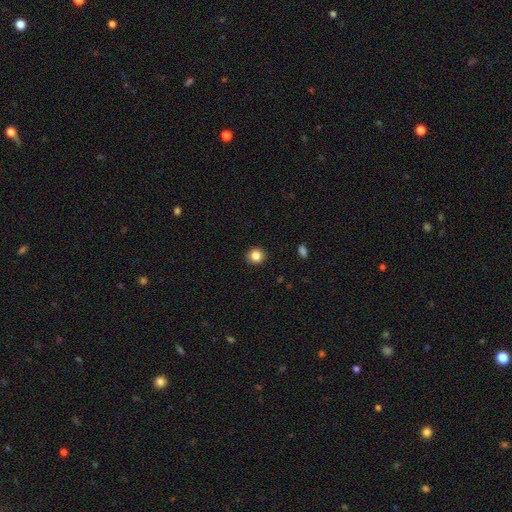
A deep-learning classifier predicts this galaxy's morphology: Overall: smooth (85%). How rounded: round (86%). Merging: none (91%).